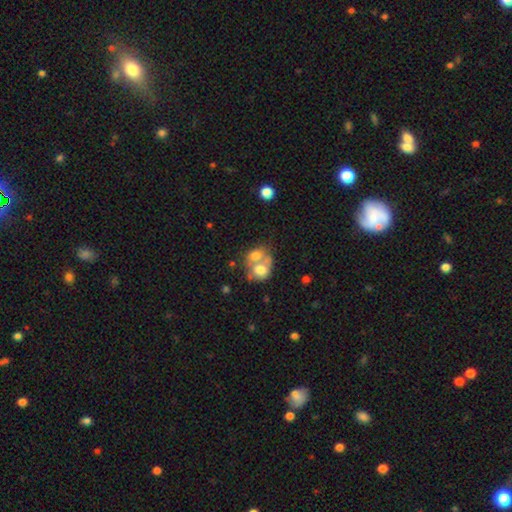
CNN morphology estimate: smooth_or_featured: smooth (p=0.64) [alt: featured or disk p=0.27]
how_rounded: round (p=0.51) [alt: in between p=0.48]
merging: merger (p=0.71) [alt: none p=0.17]